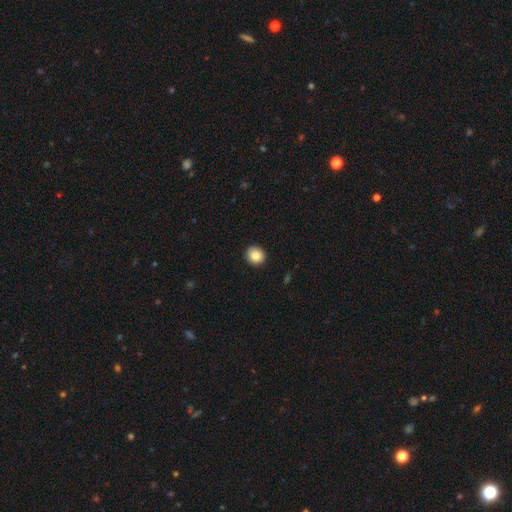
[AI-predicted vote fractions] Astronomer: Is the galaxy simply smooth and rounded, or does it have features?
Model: smooth — 85%.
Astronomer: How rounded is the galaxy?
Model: round — 87%.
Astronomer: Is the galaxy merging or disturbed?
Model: none — 91%.